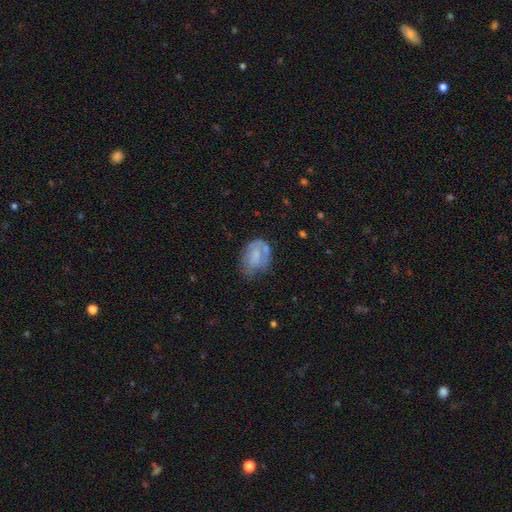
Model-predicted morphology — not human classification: Q: Smooth or featured?
A: smooth (53%); runner-up: featured or disk (39%)
Q: How rounded?
A: in between (73%); runner-up: round (26%)
Q: Merging?
A: none (42%); runner-up: minor disturbance (33%)